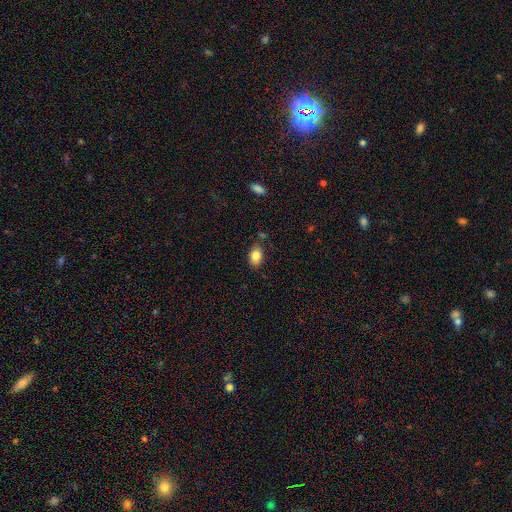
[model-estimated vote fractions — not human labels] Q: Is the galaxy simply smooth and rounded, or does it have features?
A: smooth — 85%.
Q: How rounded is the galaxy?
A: in between — 81%.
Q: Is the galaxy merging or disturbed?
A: none — 78%.